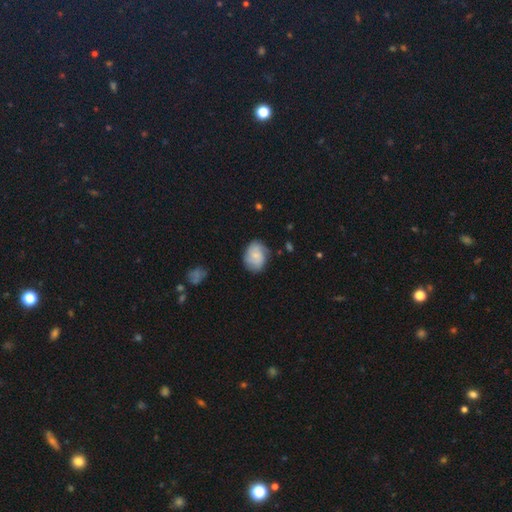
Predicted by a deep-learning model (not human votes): Smooth or featured? Predicted: smooth (p=0.53). How rounded? Predicted: in between (p=0.62). Merging? Predicted: none (p=0.72).